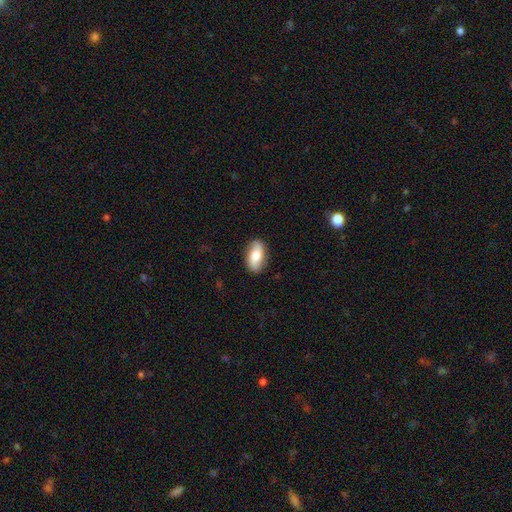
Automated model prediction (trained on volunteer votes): A smooth galaxy with no disk features (61%) that is in between round and cigar-shaped (89%). Merging: none (85%).